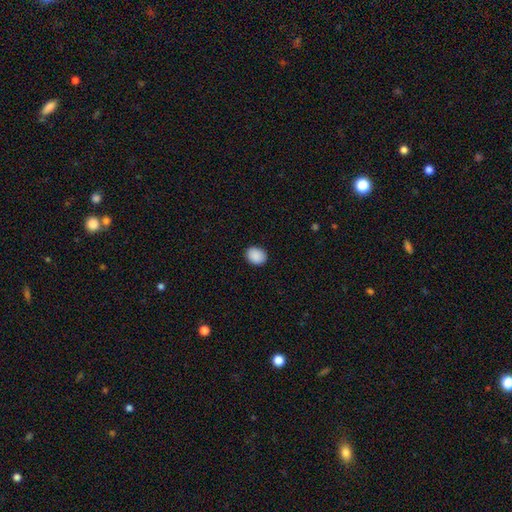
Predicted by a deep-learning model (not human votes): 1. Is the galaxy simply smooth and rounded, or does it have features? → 90% smooth, 8% star or artifact, 2% featured or disk.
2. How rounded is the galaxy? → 53% in between, 46% round, 1% cigar-shaped.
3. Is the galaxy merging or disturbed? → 90% none, 8% minor disturbance, 2% major disturbance, 1% merger.